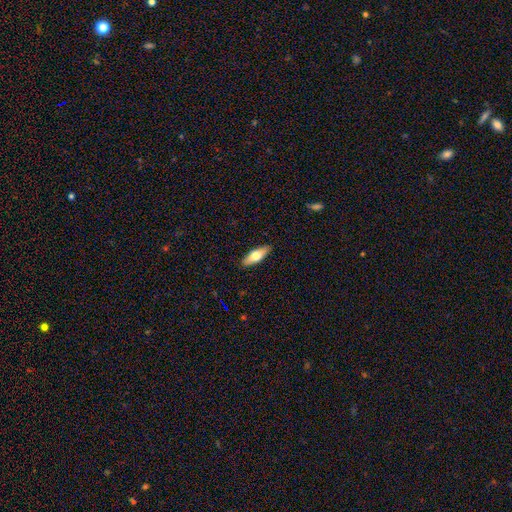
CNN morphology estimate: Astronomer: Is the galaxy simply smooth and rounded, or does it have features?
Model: smooth — 62%.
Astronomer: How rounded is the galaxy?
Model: in between — 61% (runner-up: cigar-shaped, 37%).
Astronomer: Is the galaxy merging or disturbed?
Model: none — 90%.